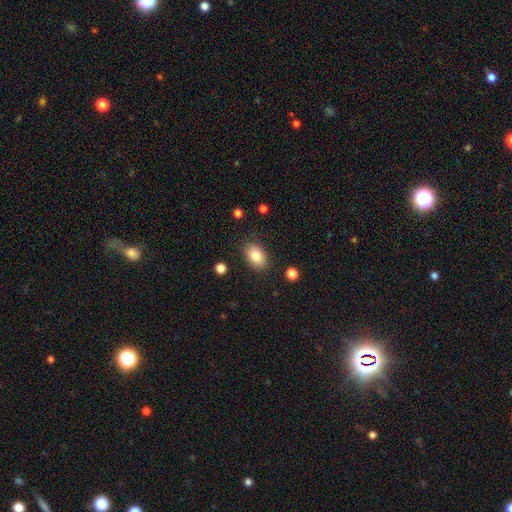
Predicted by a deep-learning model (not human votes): smooth_or_featured: smooth (p=0.84) [alt: featured or disk p=0.08]
how_rounded: in between (p=0.85) [alt: round p=0.13]
merging: none (p=0.86) [alt: minor disturbance p=0.10]